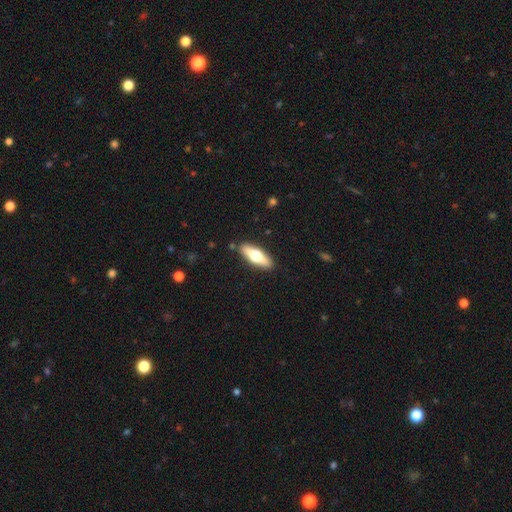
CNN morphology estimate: smooth_or_featured: smooth (p=0.54) [alt: featured or disk p=0.41]
how_rounded: in between (p=0.52) [alt: cigar-shaped p=0.45]
merging: none (p=0.88) [alt: minor disturbance p=0.09]